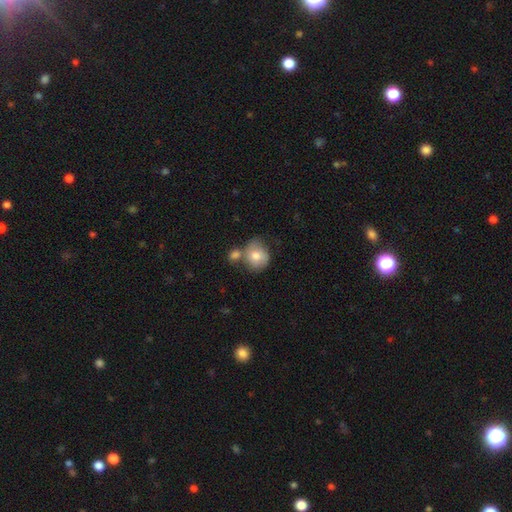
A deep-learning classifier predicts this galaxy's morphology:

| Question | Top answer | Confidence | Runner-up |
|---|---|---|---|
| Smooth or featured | smooth | 76% | featured or disk (16%) |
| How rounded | round | 70% | in between (29%) |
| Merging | none | 43% | merger (33%) |